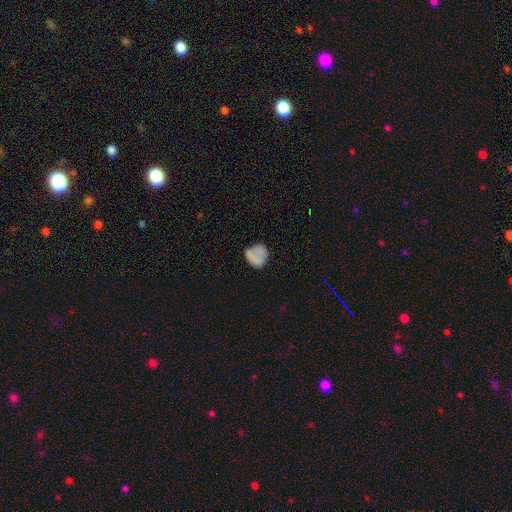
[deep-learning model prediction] Morphology: type=smooth (72%); roundness=round (73%); merging=none (54%).